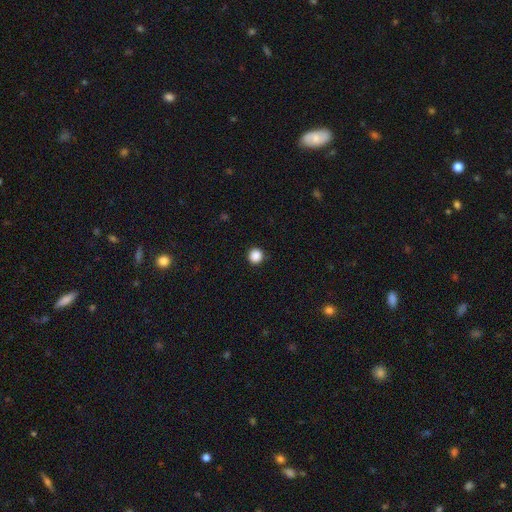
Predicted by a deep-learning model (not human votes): Overall: smooth (88%). How rounded: round (94%). Merging: none (92%).